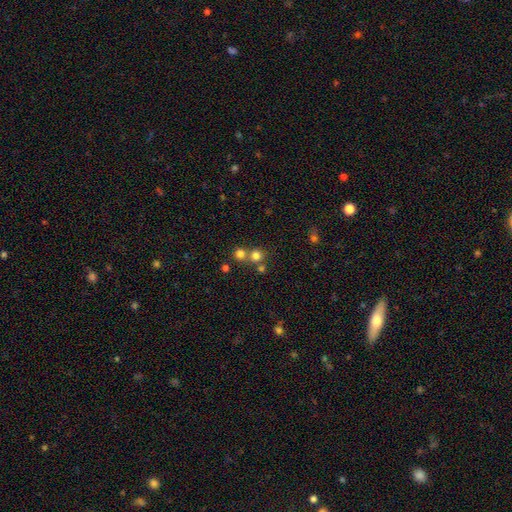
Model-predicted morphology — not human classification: type=smooth (74%); roundness=round (90%); merging=none (56%).